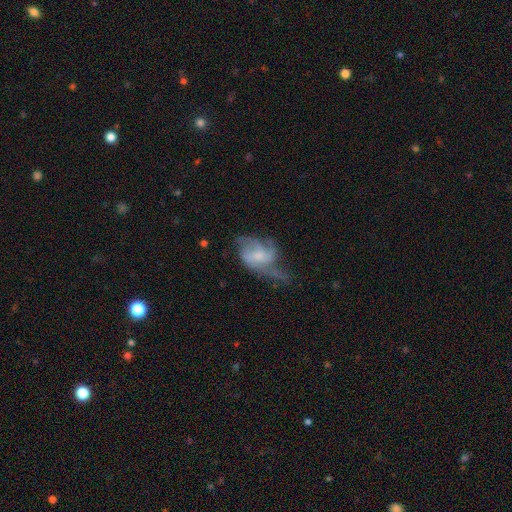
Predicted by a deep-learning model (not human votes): This is likely a featured or disk galaxy (71%). It is clearly not viewed edge-on (96%). Bar: possibly no (59%). Spiral arm pattern: clearly yes (83%). Spiral arm count: marginally 3 (32%). Spiral winding: marginally medium (43%). Central bulge: marginally small (44%). Merging: marginally none (37%).